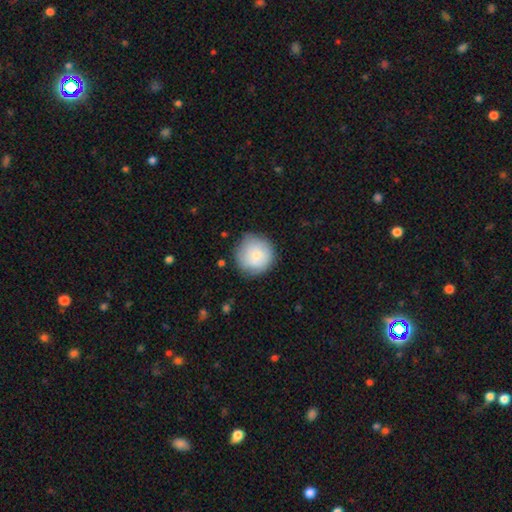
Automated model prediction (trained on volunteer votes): Smooth or featured? smooth (81%)
How rounded? round (94%)
Merging? none (76%)